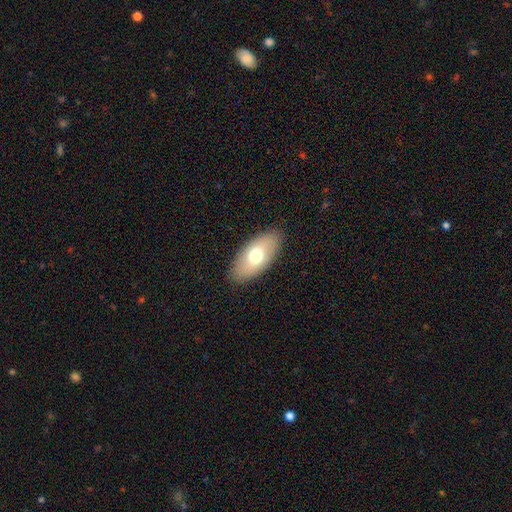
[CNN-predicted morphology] Q: Smooth or featured?
A: smooth (67%); runner-up: featured or disk (26%)
Q: How rounded?
A: in between (92%); runner-up: cigar-shaped (5%)
Q: Merging?
A: none (87%); runner-up: minor disturbance (9%)